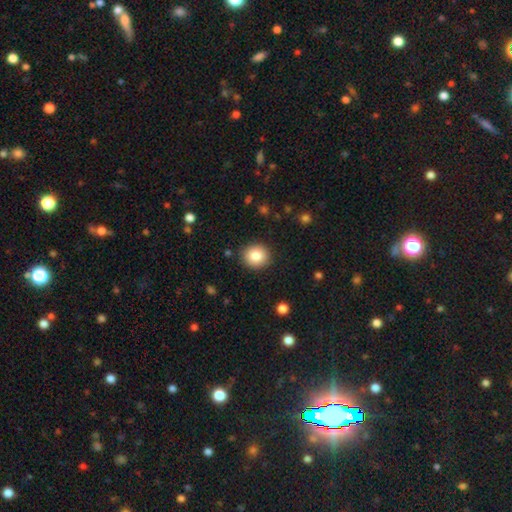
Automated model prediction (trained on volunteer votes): This appears to be a smooth galaxy with no disk features (84%) that is round (85%). Merging: none (90%).